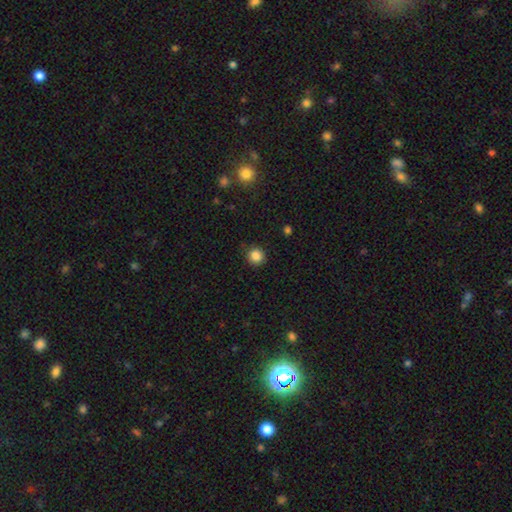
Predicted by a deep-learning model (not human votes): A smooth galaxy with no disk features (85%) that is round (92%). Merging: none (87%).